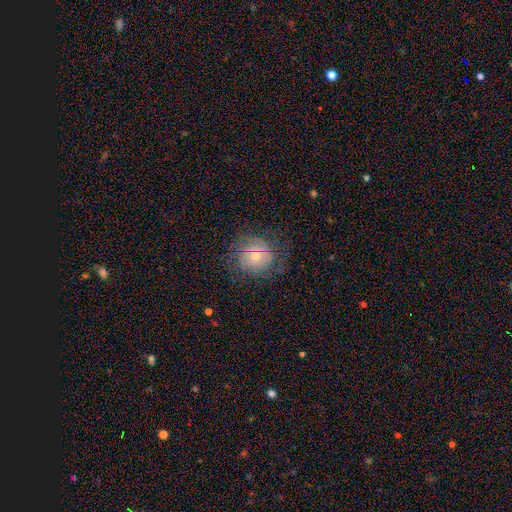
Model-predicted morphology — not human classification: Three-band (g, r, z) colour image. It shows a featured or disk galaxy (46%). Merging: none (74%).